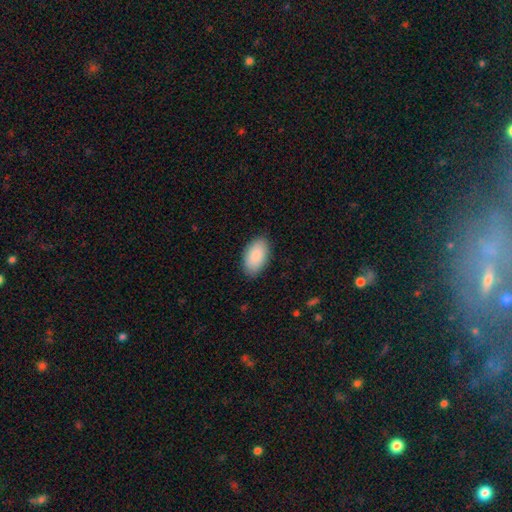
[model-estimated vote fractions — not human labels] A smooth galaxy with no disk features (90%) that is in between round and cigar-shaped (96%). Merging: none (88%).